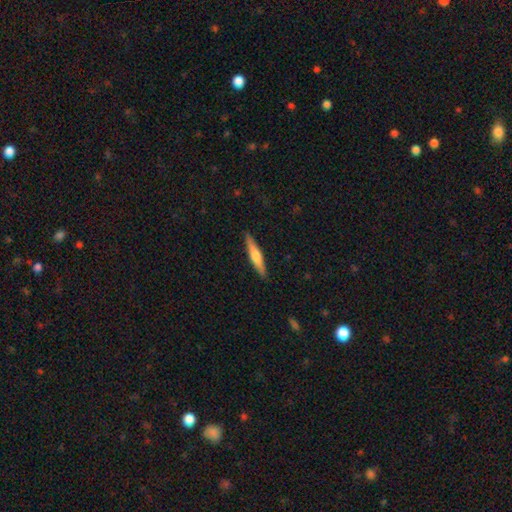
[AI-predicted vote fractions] smooth_or_featured: featured or disk (p=0.50) [alt: smooth p=0.45]
merging: none (p=0.90) [alt: minor disturbance p=0.07]